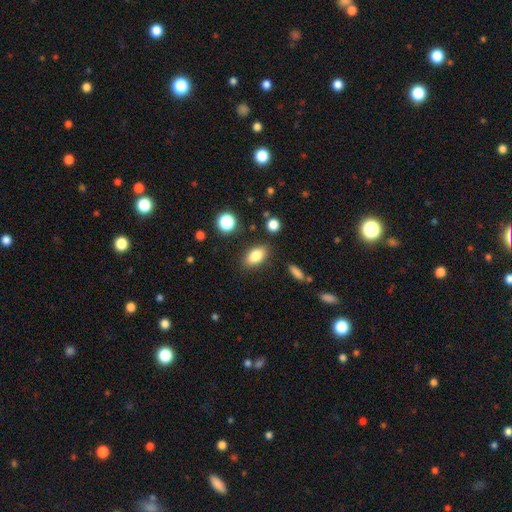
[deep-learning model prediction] Smooth or featured: smooth — 83% (star or artifact — 9%)
How rounded: in between — 87% (round — 9%)
Merging: none — 83% (minor disturbance — 11%)